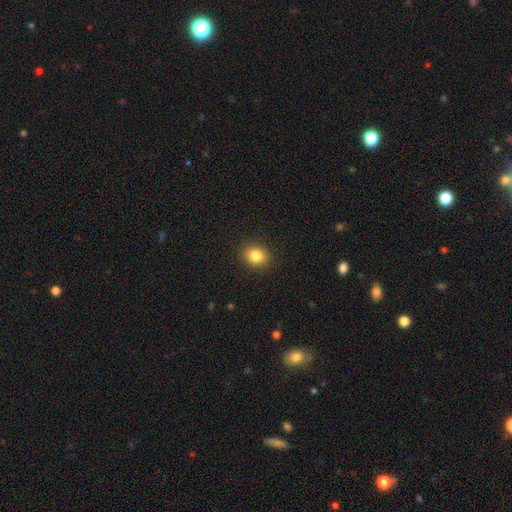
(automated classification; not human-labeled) Smooth or featured?
  - smooth: 84% *
  - star or artifact: 10%
  - featured or disk: 6%
How rounded?
  - round: 56% *
  - in between: 43%
  - cigar-shaped: 1%
Merging?
  - none: 90% *
  - minor disturbance: 7%
  - major disturbance: 2%
  - merger: 1%